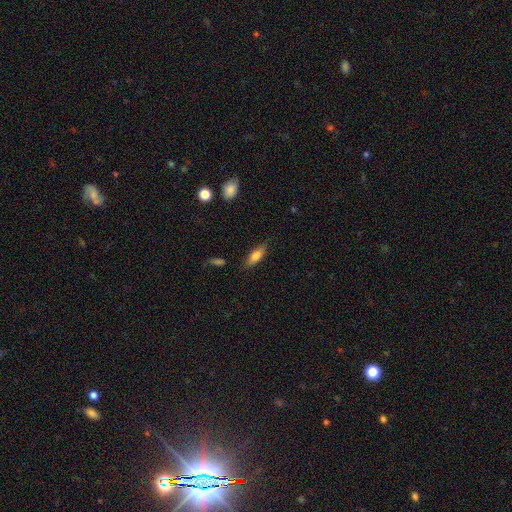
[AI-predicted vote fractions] Smooth or featured?
  - smooth: 71% *
  - featured or disk: 22%
  - star or artifact: 7%
How rounded?
  - in between: 61% *
  - cigar-shaped: 37%
  - round: 3%
Merging?
  - none: 81% *
  - minor disturbance: 14%
  - major disturbance: 3%
  - merger: 2%